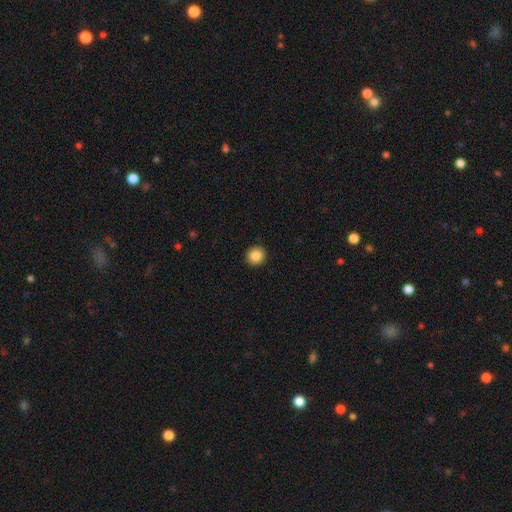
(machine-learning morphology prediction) Smooth or featured?
  - smooth: 87% *
  - star or artifact: 9%
  - featured or disk: 4%
How rounded?
  - round: 91% *
  - in between: 8%
  - cigar-shaped: 1%
Merging?
  - none: 92% *
  - minor disturbance: 5%
  - major disturbance: 2%
  - merger: 1%